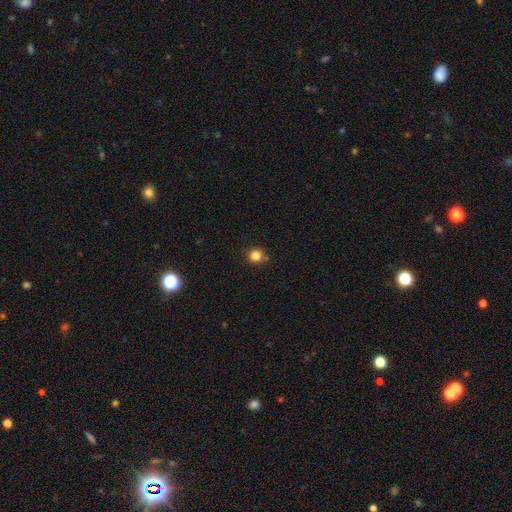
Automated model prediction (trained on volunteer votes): smooth_or_featured: smooth (p=0.82) [alt: star or artifact p=0.13]
how_rounded: round (p=0.92) [alt: in between p=0.07]
merging: none (p=0.86) [alt: minor disturbance p=0.09]